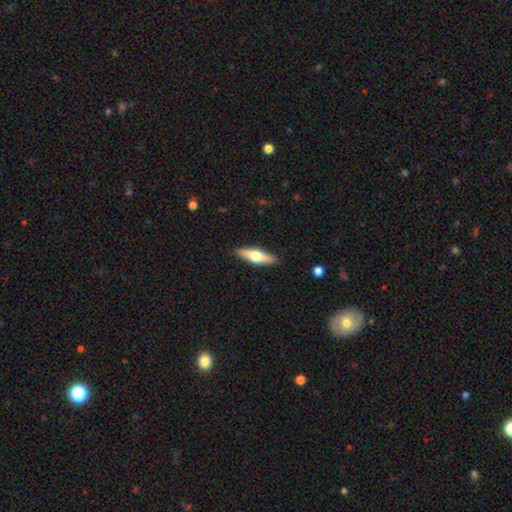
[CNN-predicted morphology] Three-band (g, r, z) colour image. It shows a featured or disk galaxy (48%). Merging: none (89%).